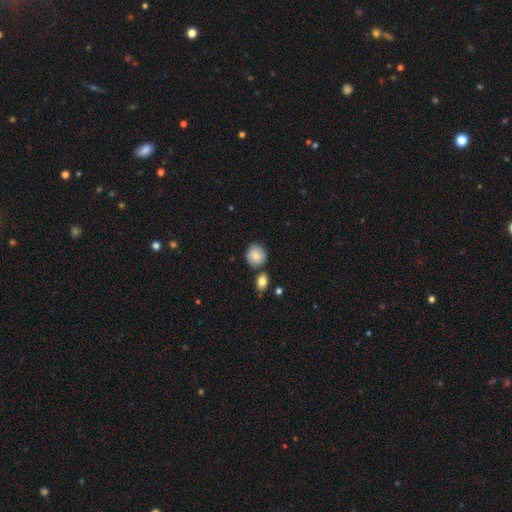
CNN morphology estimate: Overall: smooth (82%). How rounded: round (84%). Merging: none (73%).